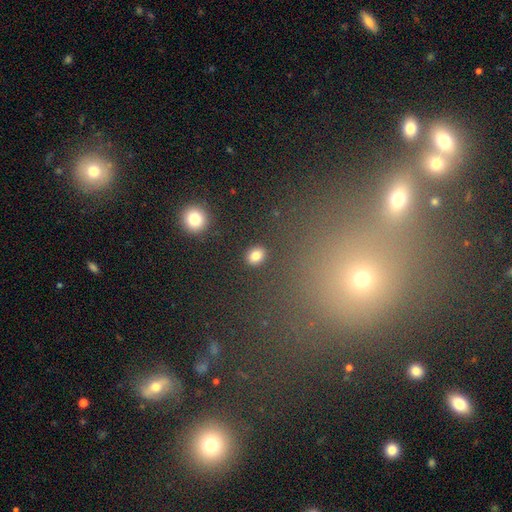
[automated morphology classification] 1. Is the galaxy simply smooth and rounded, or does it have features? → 82% smooth, 12% star or artifact, 6% featured or disk.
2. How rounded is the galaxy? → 56% round, 43% in between, 1% cigar-shaped.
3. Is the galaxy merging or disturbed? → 88% none, 7% minor disturbance, 3% major disturbance, 2% merger.